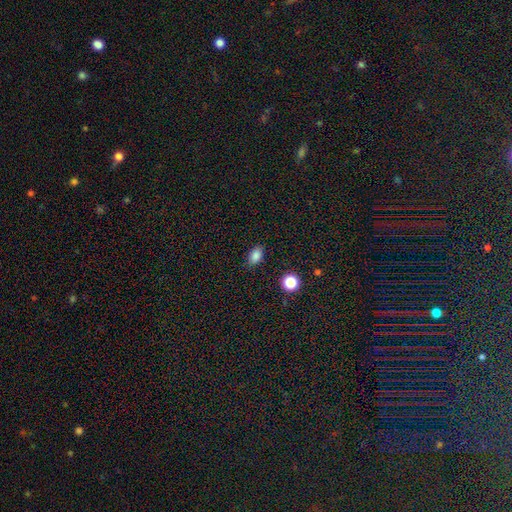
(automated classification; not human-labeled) This is clearly a smooth galaxy (84%). How rounded: clearly in between (82%). Merging: clearly none (84%).